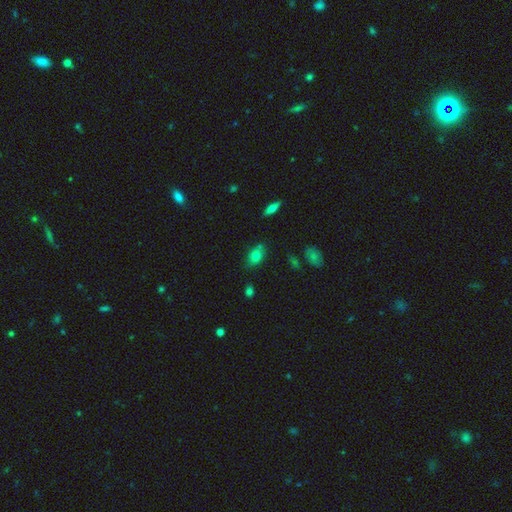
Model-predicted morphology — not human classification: Q: Smooth or featured?
A: smooth (77%); runner-up: featured or disk (13%)
Q: How rounded?
A: in between (83%); runner-up: round (13%)
Q: Merging?
A: none (70%); runner-up: minor disturbance (20%)